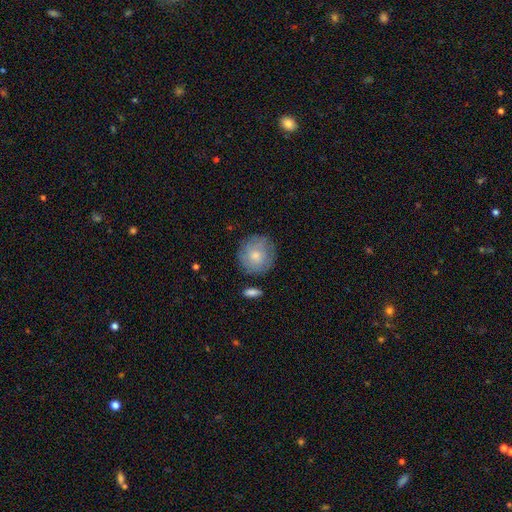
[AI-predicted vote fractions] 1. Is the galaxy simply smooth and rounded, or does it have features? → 68% smooth, 25% featured or disk, 7% star or artifact.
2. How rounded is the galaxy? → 92% round, 7% in between, 1% cigar-shaped.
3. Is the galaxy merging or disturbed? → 79% none, 14% minor disturbance, 4% major disturbance, 3% merger.